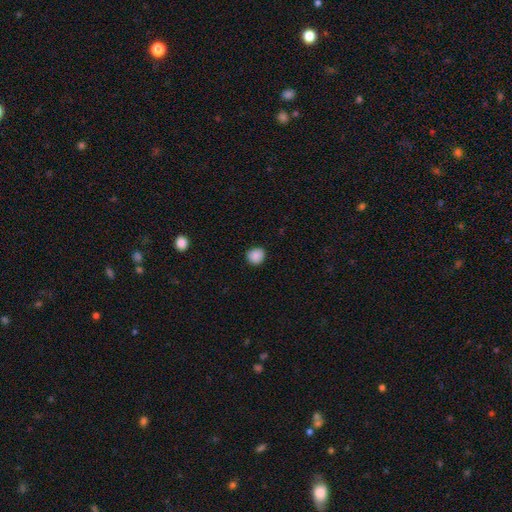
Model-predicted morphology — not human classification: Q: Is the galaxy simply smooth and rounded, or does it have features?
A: smooth — 89%.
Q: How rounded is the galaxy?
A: round — 85%.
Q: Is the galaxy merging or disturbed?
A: none — 88%.